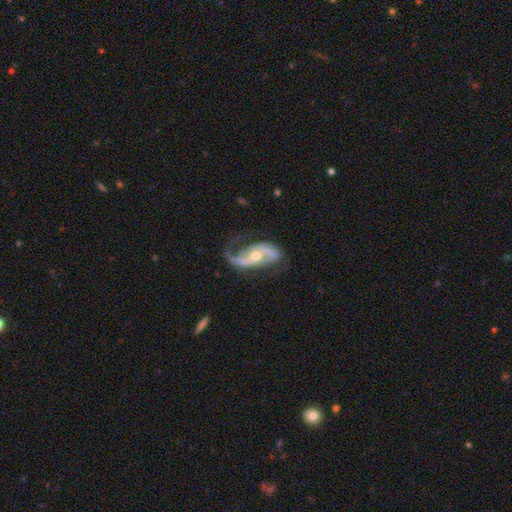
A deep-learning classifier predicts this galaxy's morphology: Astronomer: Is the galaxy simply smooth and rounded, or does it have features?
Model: featured or disk — 88%.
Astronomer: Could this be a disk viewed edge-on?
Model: no — 95%.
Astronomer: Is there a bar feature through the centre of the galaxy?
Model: no — 42% (runner-up: weak, 33%).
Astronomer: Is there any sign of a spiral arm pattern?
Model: yes — 96%.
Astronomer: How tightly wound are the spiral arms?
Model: loose — 61%.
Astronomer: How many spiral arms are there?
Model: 2 — 87%.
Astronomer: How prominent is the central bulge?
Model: moderate — 59% (runner-up: small, 37%).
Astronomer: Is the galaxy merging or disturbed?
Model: none — 58%.